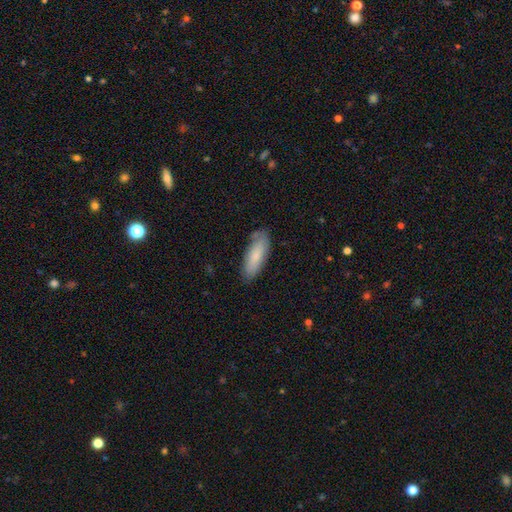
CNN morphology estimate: Overall: smooth (79%). How rounded: in between (60%; cigar-shaped 38%). Merging: none (76%).